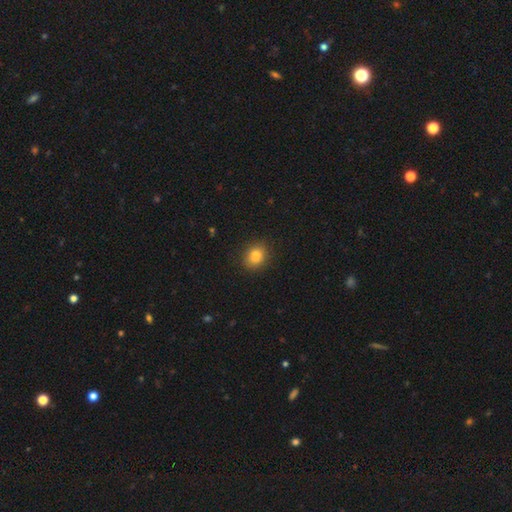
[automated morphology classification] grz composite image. It shows a smooth galaxy with no disk features (84%) that is round (58%). Merging: none (88%).